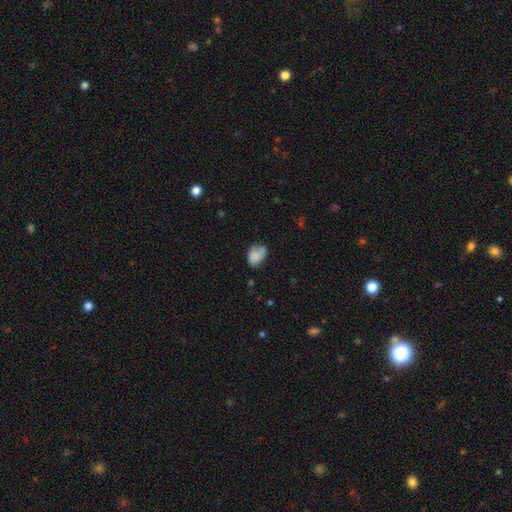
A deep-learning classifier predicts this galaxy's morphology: Q: Smooth or featured?
A: smooth (72%); runner-up: featured or disk (19%)
Q: How rounded?
A: in between (75%); runner-up: round (24%)
Q: Merging?
A: none (43%); runner-up: minor disturbance (31%)